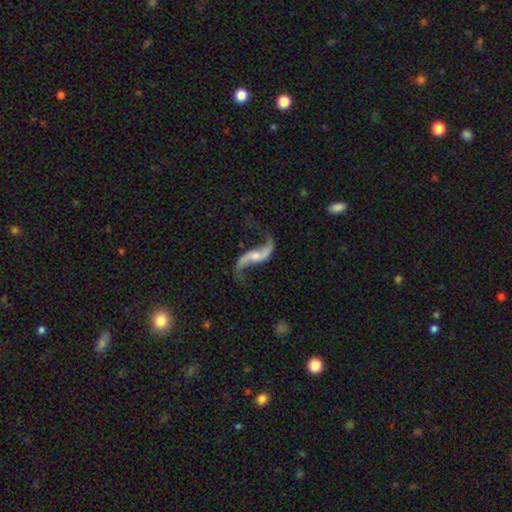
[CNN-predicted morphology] Overall: featured or disk (89%). Edge-on disk: no (93%). Bar: no (43%; weak 33%). Spiral arms: yes (96%). Spiral arm count: 2 (94%). Spiral winding: loose (94%). Bulge size: small (45%; moderate 26%). Merging: none (72%).